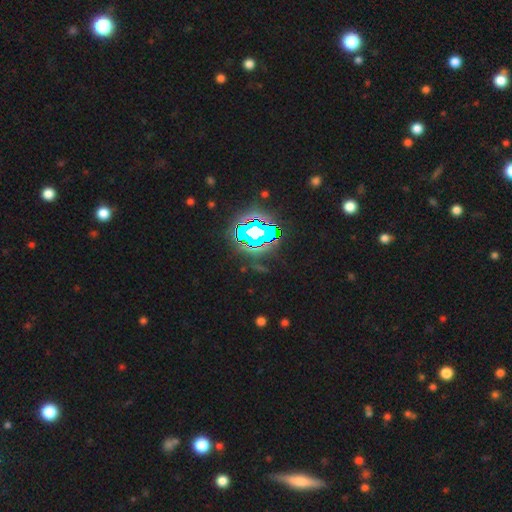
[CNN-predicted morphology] Smooth or featured? Predicted: star or artifact (p=0.83).